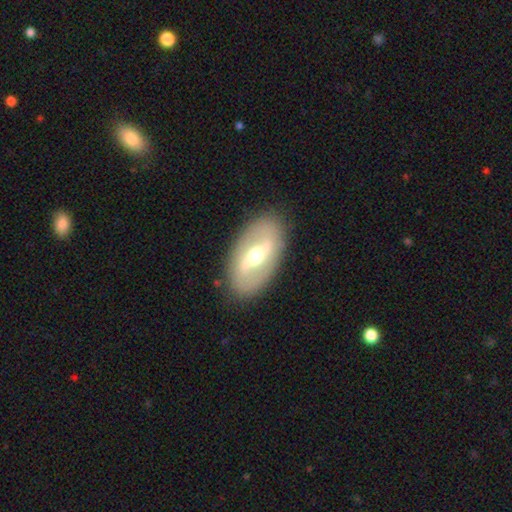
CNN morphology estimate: This appears to be a featured or disk galaxy (69%) with a strong bar (51%), no spiral arms (51%) and a moderate central bulge (71%). Merging: none (87%).